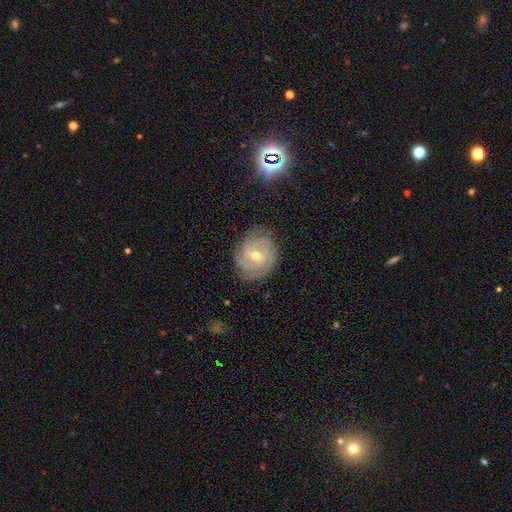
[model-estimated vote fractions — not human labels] Smooth or featured? Predicted: featured or disk (p=0.88). Edge-on disk? Predicted: no (p=0.97). Bar? Predicted: weak (p=0.43). Spiral arms? Predicted: yes (p=0.98). Spiral winding? Predicted: tight (p=0.81). Spiral arm count? Predicted: 3 (p=0.39). Bulge size? Predicted: moderate (p=0.59). Merging? Predicted: none (p=0.80).